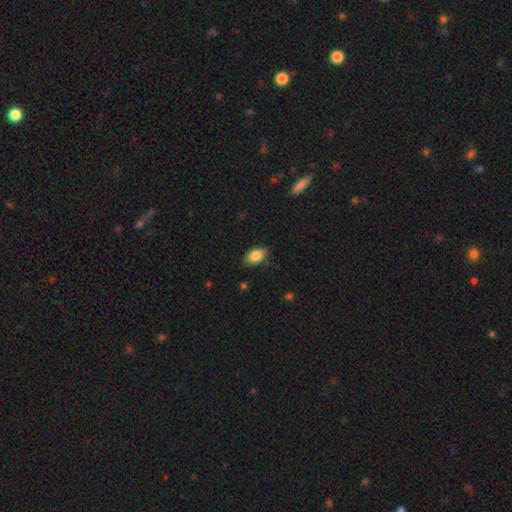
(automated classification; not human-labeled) Morphology: type=smooth (86%); roundness=in between (89%); merging=none (84%).